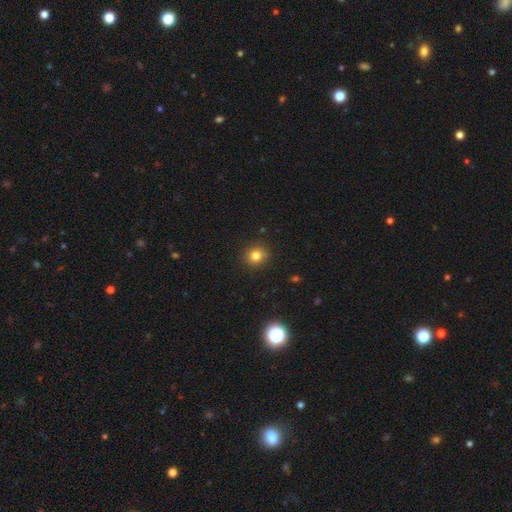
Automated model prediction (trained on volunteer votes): Smooth or featured: smooth — 80% (star or artifact — 14%)
How rounded: round — 88% (in between — 11%)
Merging: none — 89% (minor disturbance — 8%)